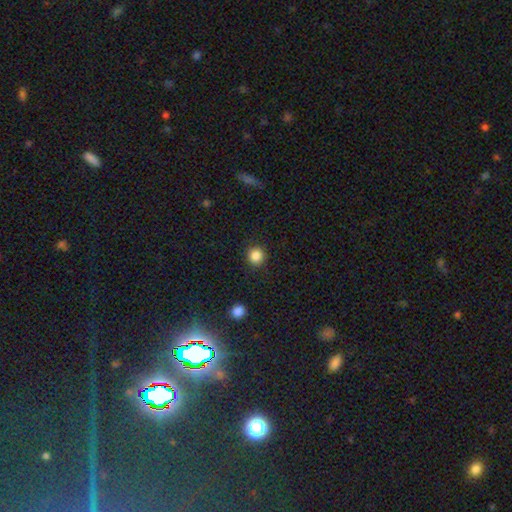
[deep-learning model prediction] The model was most divided on "smooth or featured": smooth: 86%, star or artifact: 11%, featured or disk: 4%. More confident: how rounded — round (92%); merging — none (91%).